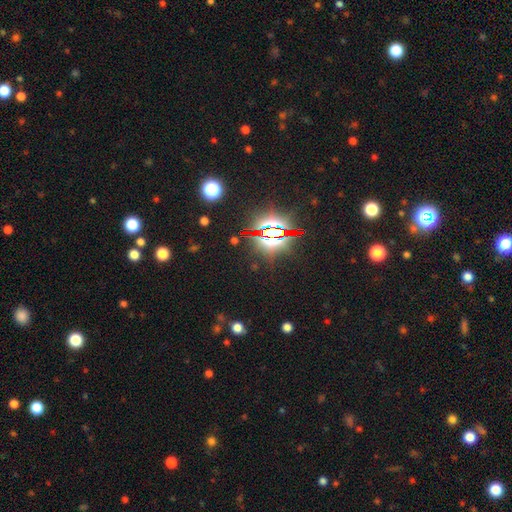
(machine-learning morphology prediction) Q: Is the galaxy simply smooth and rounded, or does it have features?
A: star or artifact — 85%.